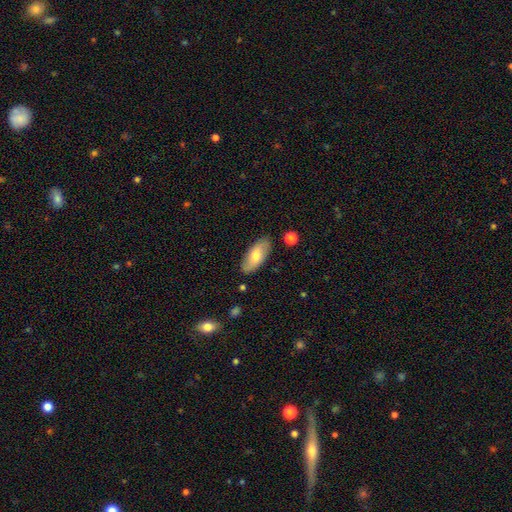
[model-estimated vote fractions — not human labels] Smooth or featured? smooth (70%)
How rounded? in between (87%)
Merging? none (85%)